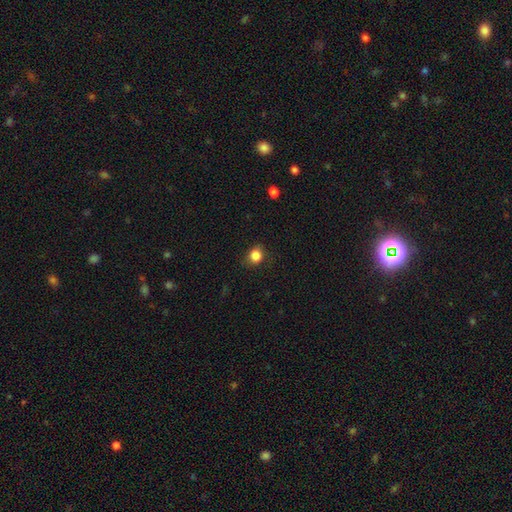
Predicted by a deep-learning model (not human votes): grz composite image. It shows a smooth galaxy with no disk features (85%) that is round (76%). Merging: none (81%).